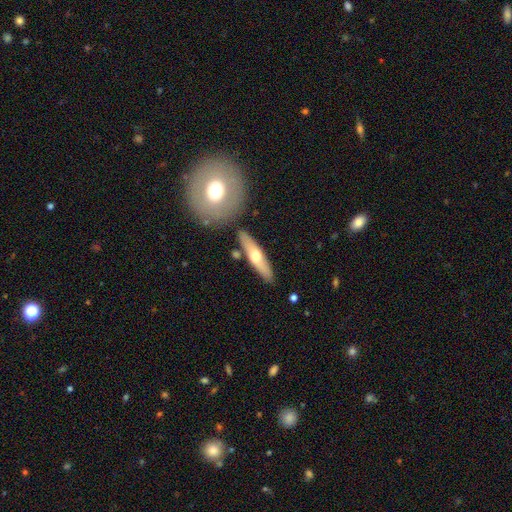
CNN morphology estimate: Smooth or featured: featured or disk — 47% (tied with smooth — 47%)
Merging: none — 81% (minor disturbance — 9%)